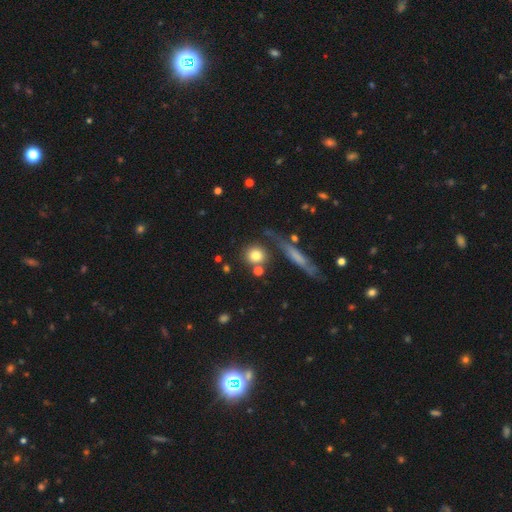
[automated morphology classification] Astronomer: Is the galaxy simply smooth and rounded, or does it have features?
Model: smooth — 79%.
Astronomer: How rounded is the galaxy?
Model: round — 85%.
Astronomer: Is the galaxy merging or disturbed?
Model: none — 71%.